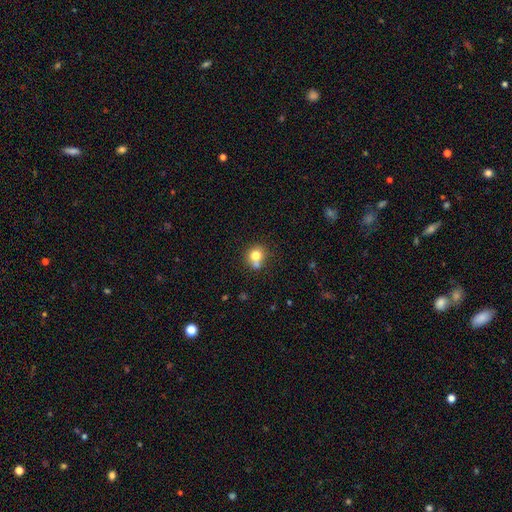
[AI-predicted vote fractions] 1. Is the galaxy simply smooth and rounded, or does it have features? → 76% smooth, 12% featured or disk, 12% star or artifact.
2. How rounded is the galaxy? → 81% round, 18% in between, 1% cigar-shaped.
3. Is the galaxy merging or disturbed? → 57% none, 26% merger, 13% minor disturbance, 4% major disturbance.